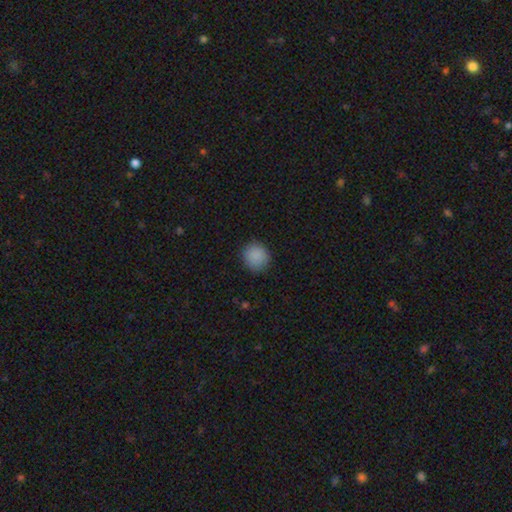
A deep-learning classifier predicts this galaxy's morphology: Smooth or featured? Predicted: smooth (p=0.88). How rounded? Predicted: round (p=0.89). Merging? Predicted: none (p=0.89).